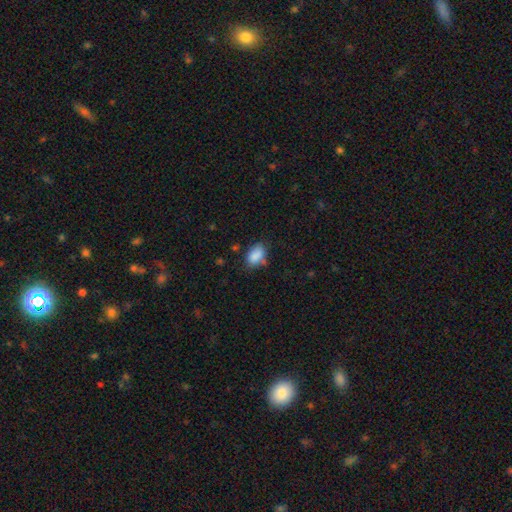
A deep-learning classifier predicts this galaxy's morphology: The model was most divided on "merging": none: 66%, minor disturbance: 23%, major disturbance: 6%, merger: 5%. More confident: smooth or featured — smooth (86%); how rounded — in between (86%).